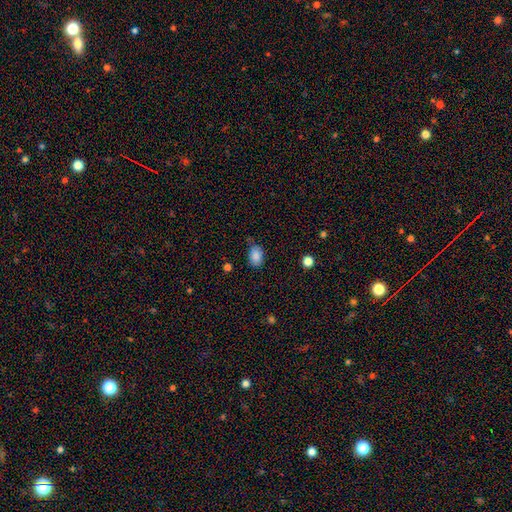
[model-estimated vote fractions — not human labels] A smooth galaxy with no disk features (86%) that is in between round and cigar-shaped (81%).

Vote fractions:
- Smooth or featured? smooth: 86% / star or artifact: 9% / featured or disk: 5%
- How rounded? in between: 81% / round: 17% / cigar-shaped: 1%
- Merging? none: 60% / minor disturbance: 30% / major disturbance: 7% / merger: 4%